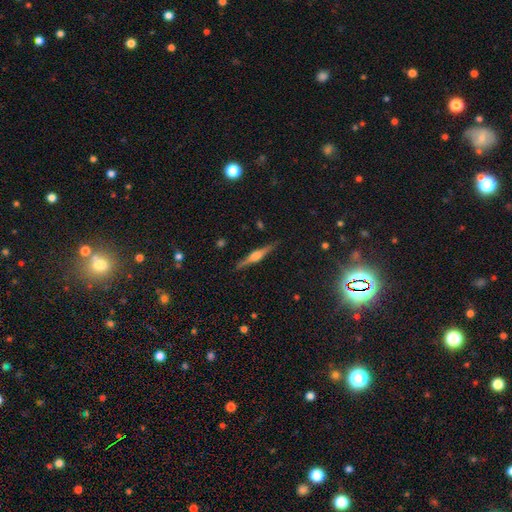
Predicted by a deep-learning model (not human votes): This appears to be a featured or disk galaxy (77%) viewed edge-on (98%) with a rounded central bulge (82%). Merging: none (90%).